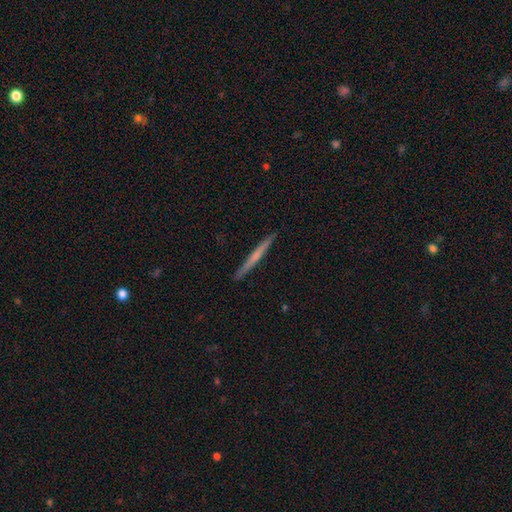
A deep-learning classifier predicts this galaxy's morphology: A smooth galaxy with no disk features (50%).

Vote fractions:
- Smooth or featured? smooth: 50% / featured or disk: 45% / star or artifact: 5%
- Merging? none: 92% / minor disturbance: 6% / major disturbance: 1% / merger: 1%